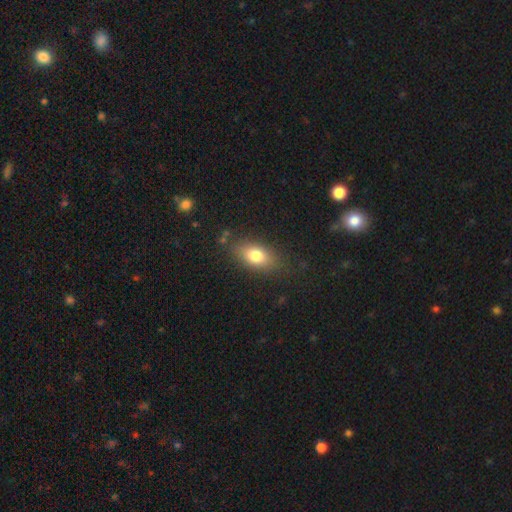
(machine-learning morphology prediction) smooth-or-featured: smooth: 78% | featured or disk: 13% | star or artifact: 9%
  how-rounded: in between: 83% | round: 10% | cigar-shaped: 7%
  merging: none: 80% | minor disturbance: 13% | major disturbance: 4% | merger: 2%